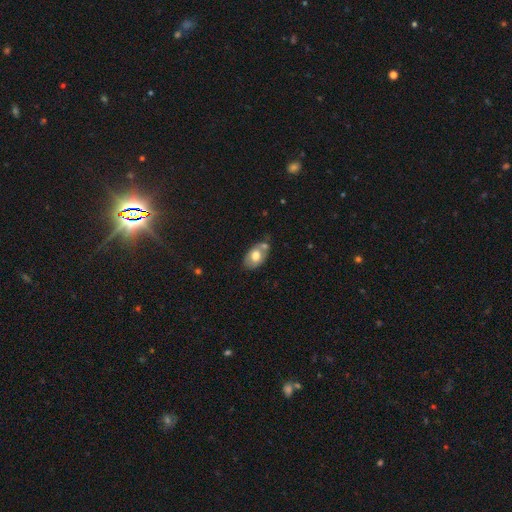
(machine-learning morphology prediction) Q: Smooth or featured?
A: smooth (65%); runner-up: featured or disk (27%)
Q: How rounded?
A: in between (87%); runner-up: round (12%)
Q: Merging?
A: none (45%); runner-up: merger (28%)